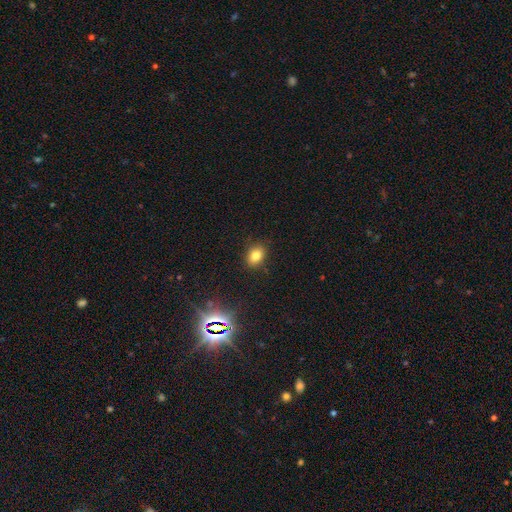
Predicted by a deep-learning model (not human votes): Smooth or featured: smooth — 79% (star or artifact — 14%)
How rounded: in between — 71% (round — 27%)
Merging: none — 86% (minor disturbance — 10%)